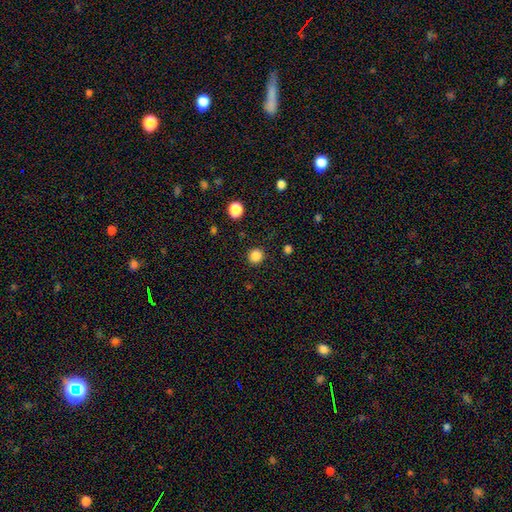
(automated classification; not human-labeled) The model was most divided on "smooth or featured": smooth: 86%, star or artifact: 11%, featured or disk: 3%. More confident: how rounded — round (93%); merging — none (91%).